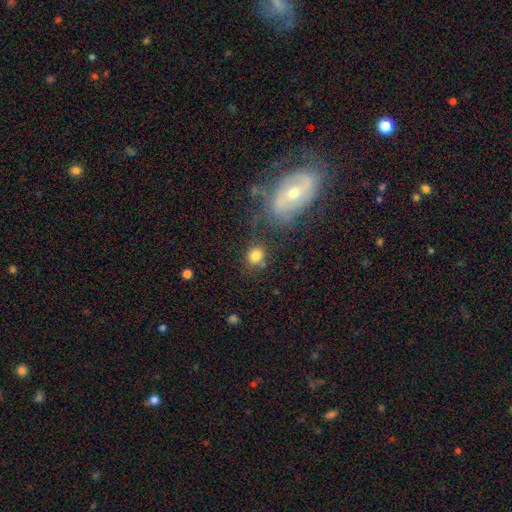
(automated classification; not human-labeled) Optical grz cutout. It shows a smooth galaxy with no disk features (80%) that is round (77%). Merging: none (68%).